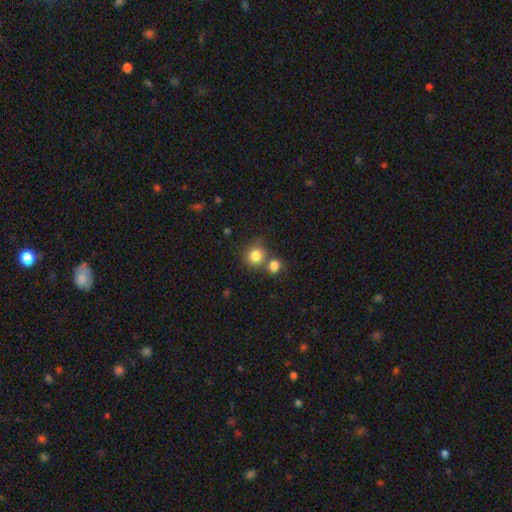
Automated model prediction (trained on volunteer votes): smooth-or-featured: smooth: 82% | star or artifact: 11% | featured or disk: 8%
  how-rounded: round: 87% | in between: 12% | cigar-shaped: 1%
  merging: none: 56% | merger: 32% | minor disturbance: 9% | major disturbance: 3%